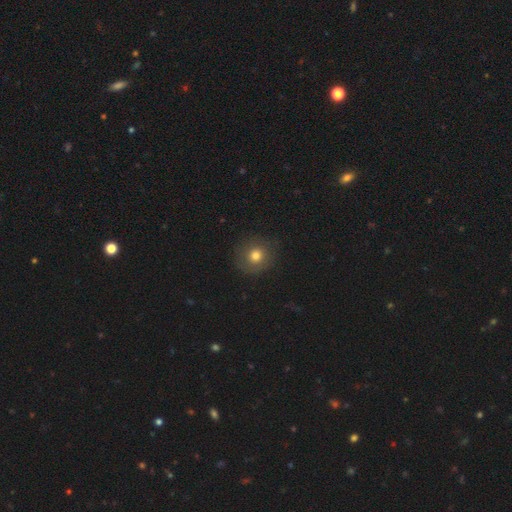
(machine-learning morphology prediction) The model was most divided on "smooth or featured": smooth: 74%, featured or disk: 13%, star or artifact: 13%. More confident: how rounded — round (91%); merging — none (85%).